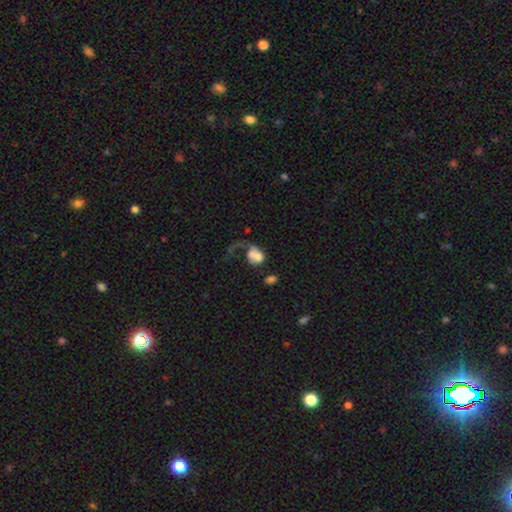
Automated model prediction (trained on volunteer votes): Smooth or featured?
  - smooth: 57% *
  - featured or disk: 33%
  - star or artifact: 10%
How rounded?
  - in between: 60% *
  - round: 37%
  - cigar-shaped: 2%
Merging?
  - major disturbance: 42% *
  - merger: 32%
  - none: 17%
  - minor disturbance: 10%